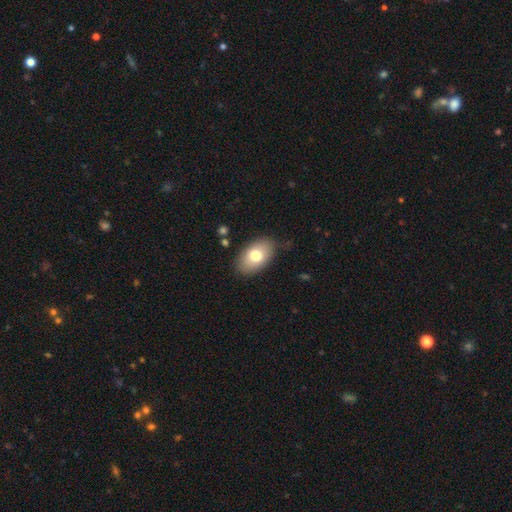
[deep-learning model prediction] smooth 75%, featured or disk 18%, star or artifact 7%. Down the decision tree: how rounded — in between (92%); merging — none (81%).